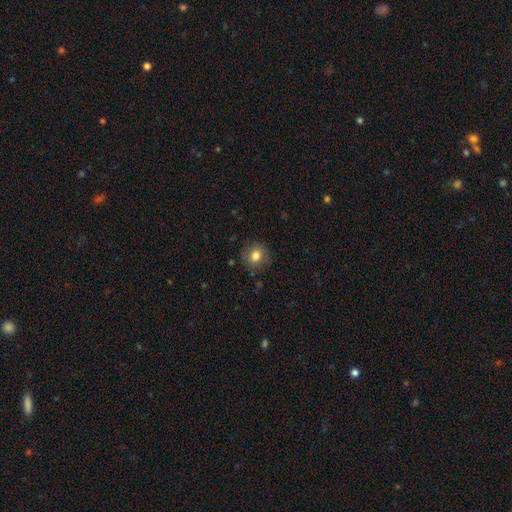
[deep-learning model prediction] Smooth or featured? smooth (80%)
How rounded? round (81%)
Merging? none (85%)